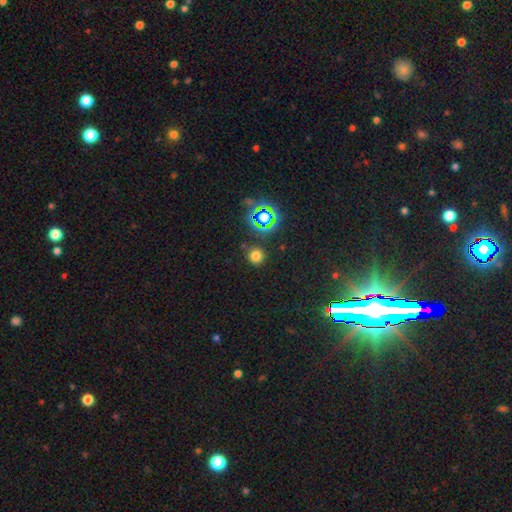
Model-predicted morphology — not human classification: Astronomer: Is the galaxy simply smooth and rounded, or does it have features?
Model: smooth — 72%.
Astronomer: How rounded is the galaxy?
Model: round — 92%.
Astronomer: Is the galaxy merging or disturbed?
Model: none — 86%.